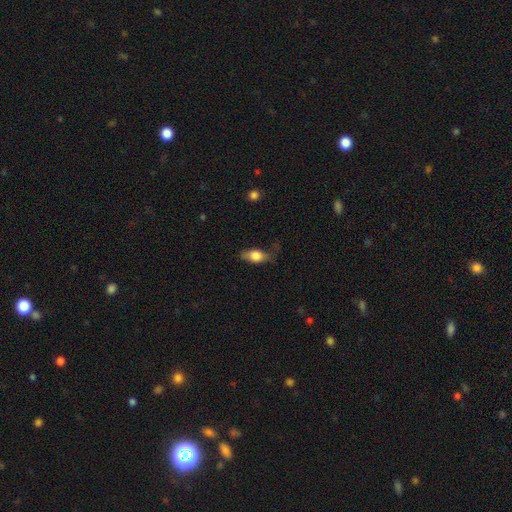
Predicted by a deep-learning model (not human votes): Smooth or featured?
  - smooth: 72% *
  - featured or disk: 20%
  - star or artifact: 8%
How rounded?
  - in between: 80% *
  - round: 10%
  - cigar-shaped: 10%
Merging?
  - none: 56% *
  - minor disturbance: 30%
  - major disturbance: 13%
  - merger: 2%